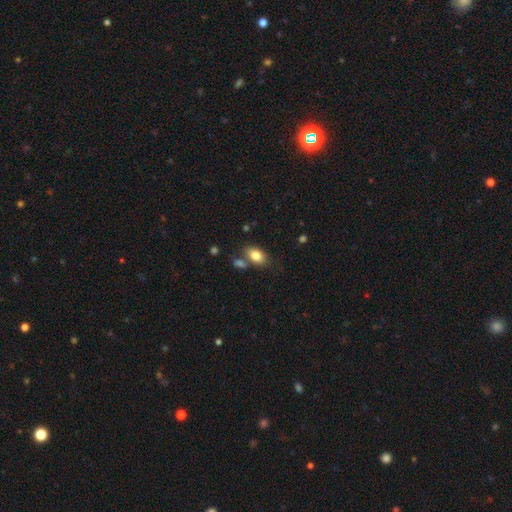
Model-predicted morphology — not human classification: smooth-or-featured: smooth: 83% | featured or disk: 9% | star or artifact: 8%
  how-rounded: in between: 87% | round: 11% | cigar-shaped: 2%
  merging: none: 66% | merger: 16% | minor disturbance: 14% | major disturbance: 4%